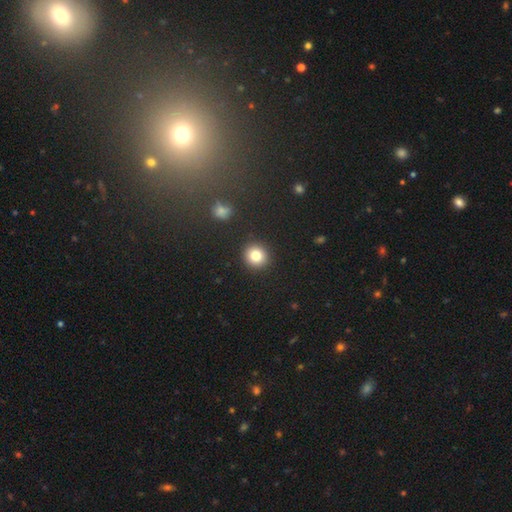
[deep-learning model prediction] Smooth or featured? smooth (82%)
How rounded? round (91%)
Merging? none (91%)